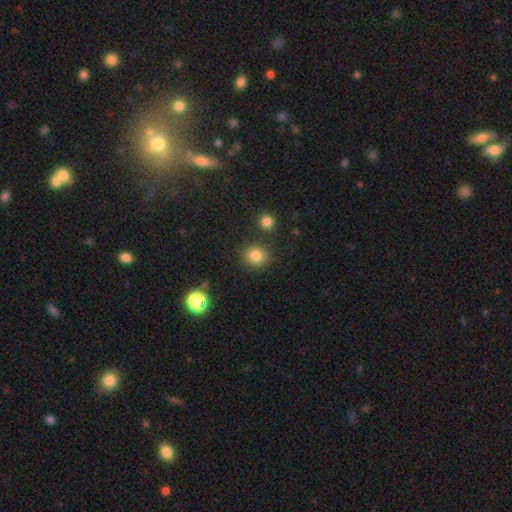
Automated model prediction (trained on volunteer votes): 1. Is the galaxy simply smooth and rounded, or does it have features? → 83% smooth, 12% star or artifact, 5% featured or disk.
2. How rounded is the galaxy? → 89% round, 11% in between, 1% cigar-shaped.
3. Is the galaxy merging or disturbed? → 85% none, 8% minor disturbance, 5% merger, 3% major disturbance.